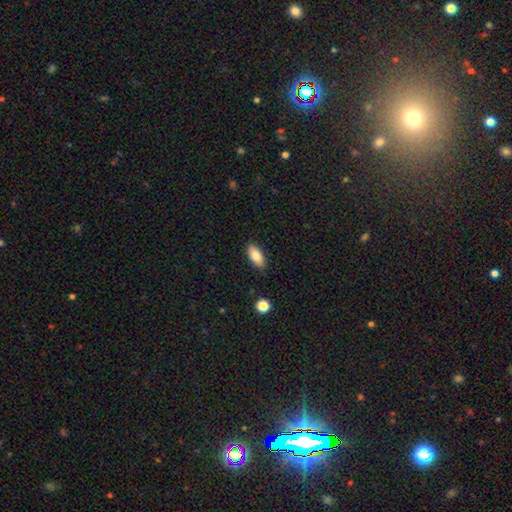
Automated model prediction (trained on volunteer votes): This is clearly a smooth galaxy (83%). How rounded: clearly in between (88%). Merging: clearly none (87%).